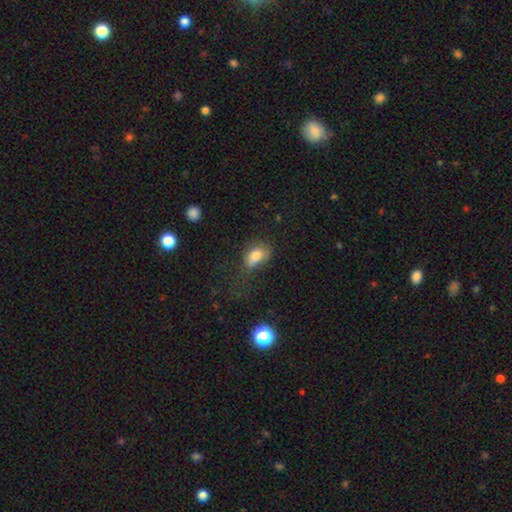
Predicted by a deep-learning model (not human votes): Smooth or featured? Predicted: smooth (p=0.79). How rounded? Predicted: in between (p=0.84). Merging? Predicted: none (p=0.39).